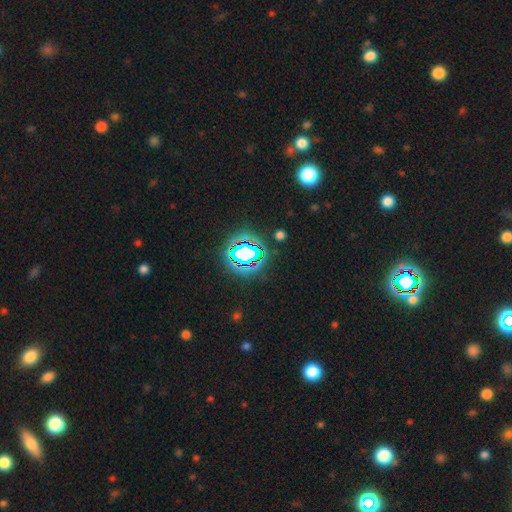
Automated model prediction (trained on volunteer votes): Overall: star or artifact (82%).